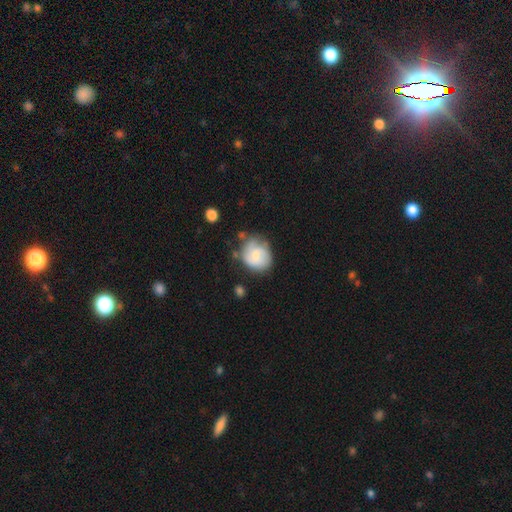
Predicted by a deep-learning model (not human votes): This is possibly a smooth galaxy (57%). How rounded: likely round (68%). Merging: possibly none (56%).